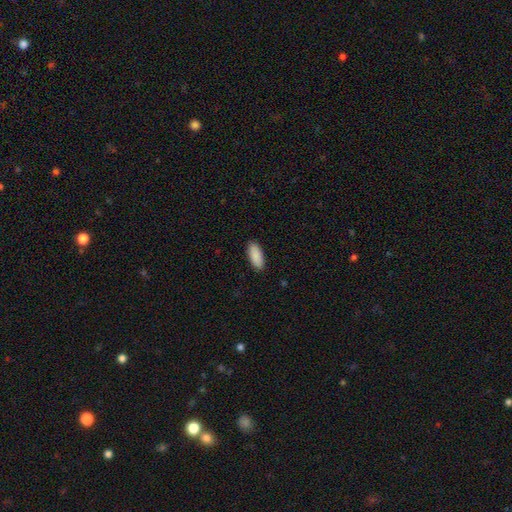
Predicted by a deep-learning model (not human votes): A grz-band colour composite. It shows a smooth galaxy with no disk features (91%) that is in between round and cigar-shaped (81%). Merging: none (90%).